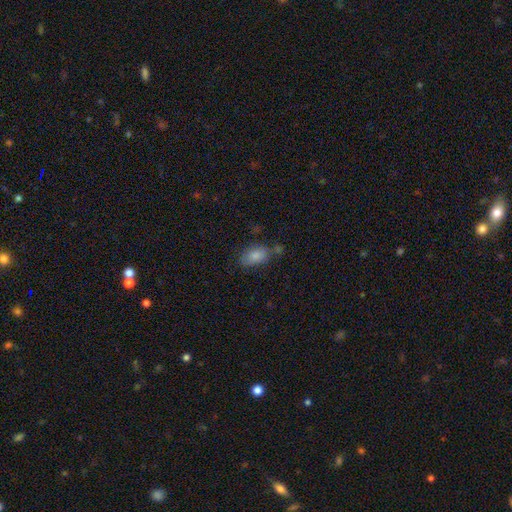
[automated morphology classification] Overall: smooth (84%). How rounded: in between (90%). Merging: none (59%; minor disturbance 23%).